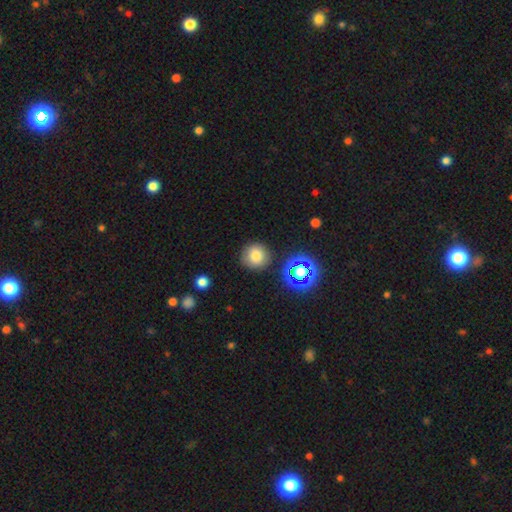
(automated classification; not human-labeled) Smooth or featured?
  - smooth: 77% *
  - star or artifact: 15%
  - featured or disk: 8%
How rounded?
  - round: 93% *
  - in between: 6%
  - cigar-shaped: 1%
Merging?
  - none: 87% *
  - minor disturbance: 8%
  - major disturbance: 3%
  - merger: 3%